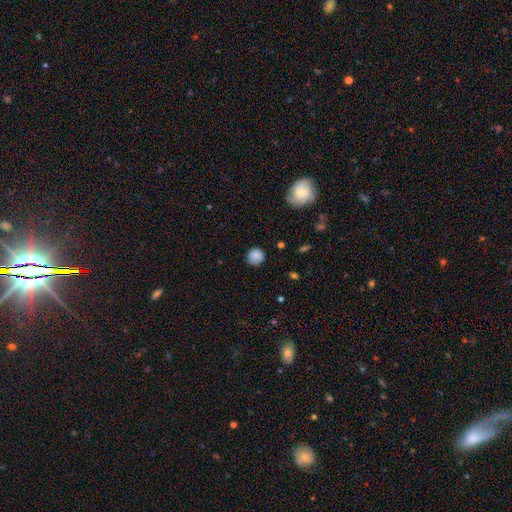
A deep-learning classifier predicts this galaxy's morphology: This is clearly a smooth galaxy (85%). How rounded: clearly round (90%). Merging: clearly none (83%).